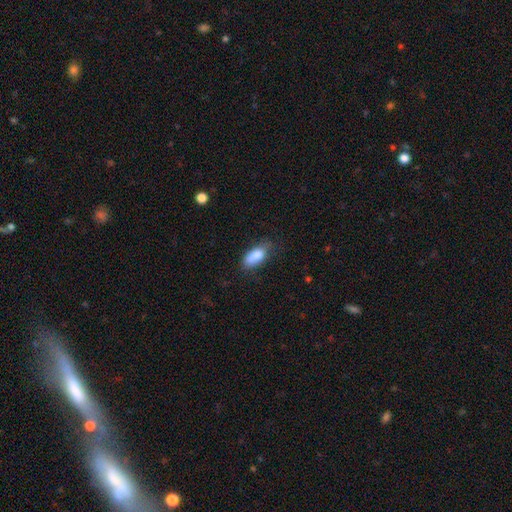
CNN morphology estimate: Q: Smooth or featured?
A: smooth (83%); runner-up: featured or disk (10%)
Q: How rounded?
A: in between (85%); runner-up: cigar-shaped (11%)
Q: Merging?
A: none (57%); runner-up: minor disturbance (30%)